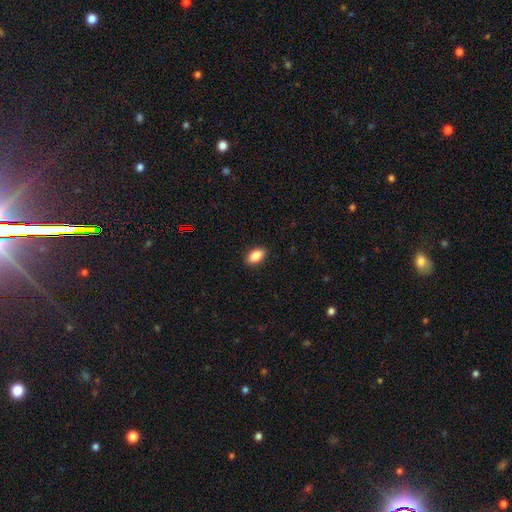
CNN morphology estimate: Smooth or featured?
  - smooth: 87% *
  - star or artifact: 8%
  - featured or disk: 6%
How rounded?
  - in between: 92% *
  - round: 6%
  - cigar-shaped: 2%
Merging?
  - none: 90% *
  - minor disturbance: 7%
  - major disturbance: 2%
  - merger: 1%